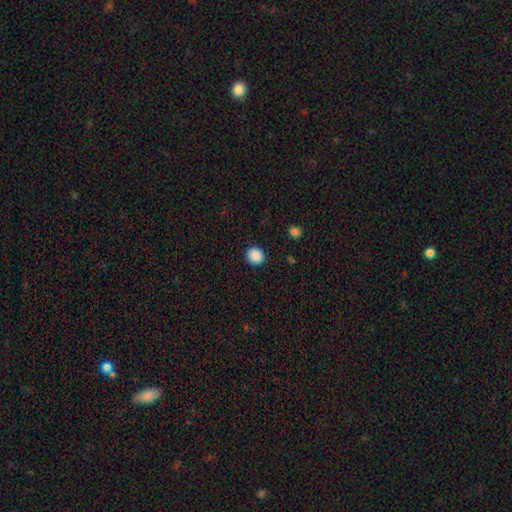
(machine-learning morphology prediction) This appears to be a smooth galaxy with no disk features (88%) that is round (84%). Merging: none (91%).